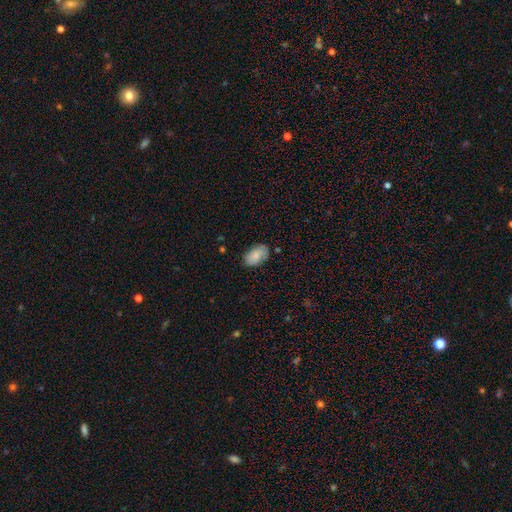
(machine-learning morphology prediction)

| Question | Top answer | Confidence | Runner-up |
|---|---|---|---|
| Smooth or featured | smooth | 81% | featured or disk (12%) |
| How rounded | in between | 93% | round (6%) |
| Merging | none | 74% | minor disturbance (20%) |